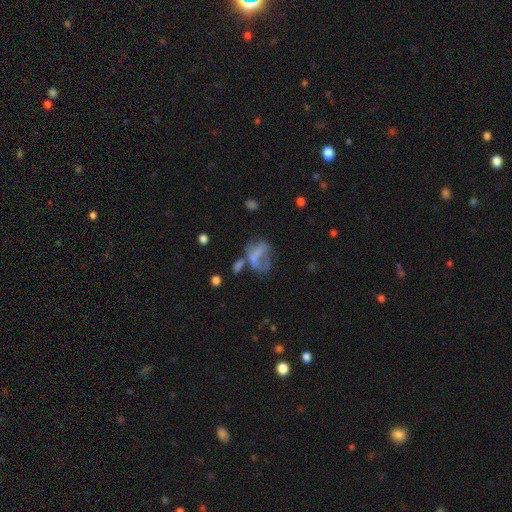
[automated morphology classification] Overall: smooth (47%; featured or disk 38%). Merging: major disturbance (41%; none 23%).